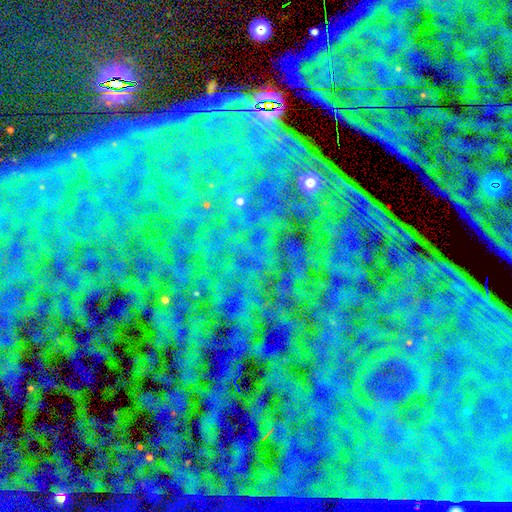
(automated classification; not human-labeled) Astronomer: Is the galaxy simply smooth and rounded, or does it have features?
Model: star or artifact — 86%.